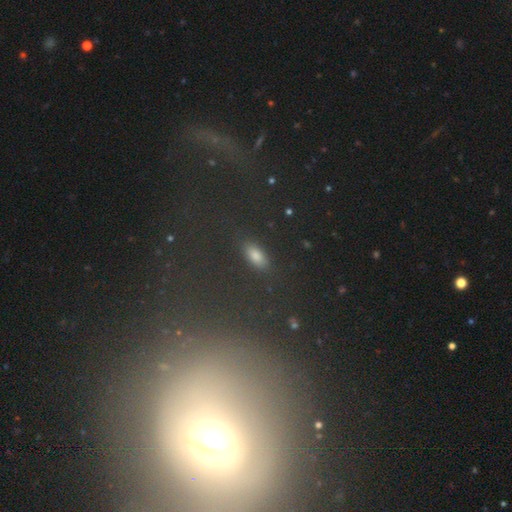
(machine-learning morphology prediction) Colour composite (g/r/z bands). It shows a smooth galaxy with no disk features (73%) that is in between round and cigar-shaped (82%). Merging: none (85%).